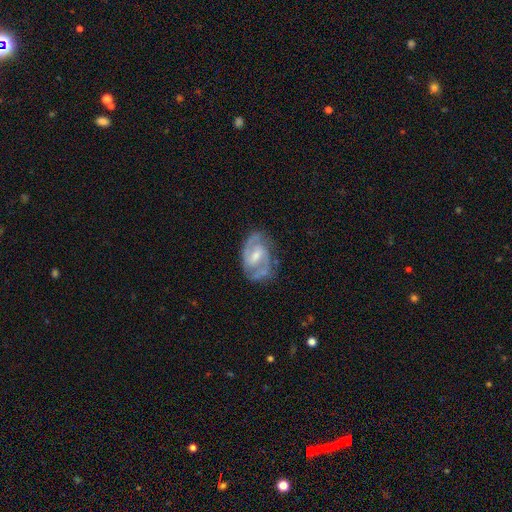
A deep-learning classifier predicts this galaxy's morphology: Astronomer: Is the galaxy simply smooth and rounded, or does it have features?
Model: featured or disk — 85%.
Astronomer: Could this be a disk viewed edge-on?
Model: no — 97%.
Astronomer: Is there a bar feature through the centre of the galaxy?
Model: weak — 55%.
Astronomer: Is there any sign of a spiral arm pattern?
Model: yes — 95%.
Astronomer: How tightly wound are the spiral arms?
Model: medium — 53% (runner-up: tight, 34%).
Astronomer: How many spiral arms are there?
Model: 2 — 82%.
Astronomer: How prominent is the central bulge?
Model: moderate — 45% (runner-up: small, 43%).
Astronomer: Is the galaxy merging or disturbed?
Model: none — 73%.